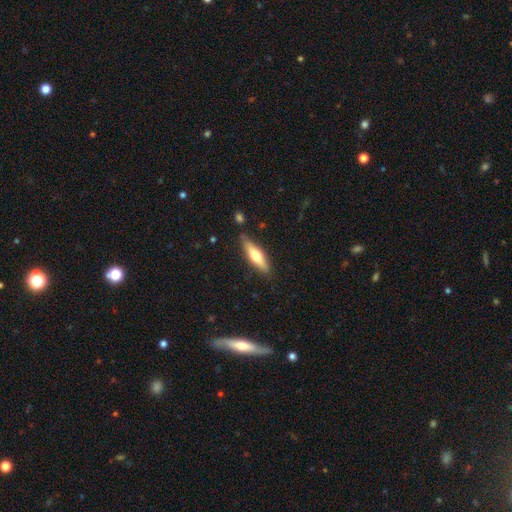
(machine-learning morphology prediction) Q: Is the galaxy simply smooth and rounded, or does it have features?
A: smooth — 52%.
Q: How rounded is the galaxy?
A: cigar-shaped — 68%.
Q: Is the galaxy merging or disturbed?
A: none — 83%.